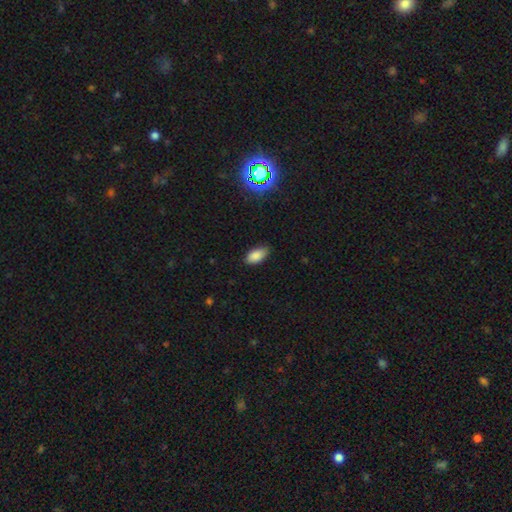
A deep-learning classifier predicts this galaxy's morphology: The model was most divided on "merging": none: 78%, minor disturbance: 18%, major disturbance: 3%, merger: 1%. More confident: how rounded — in between (93%); smooth or featured — smooth (85%).